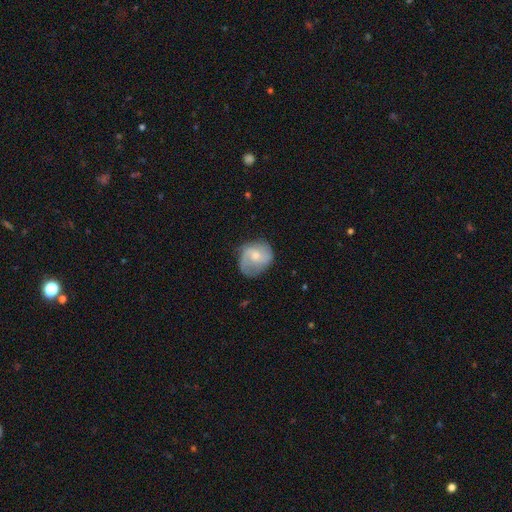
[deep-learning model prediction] Q: Smooth or featured?
A: featured or disk (65%); runner-up: smooth (29%)
Q: Edge-on disk?
A: no (97%); runner-up: yes (3%)
Q: Bar?
A: no (57%); runner-up: weak (37%)
Q: Spiral arms?
A: yes (90%); runner-up: no (10%)
Q: Spiral winding?
A: medium (46%); runner-up: loose (27%)
Q: Spiral arm count?
A: 2 (66%); runner-up: can't tell (15%)
Q: Bulge size?
A: moderate (51%); runner-up: small (40%)
Q: Merging?
A: none (64%); runner-up: minor disturbance (25%)